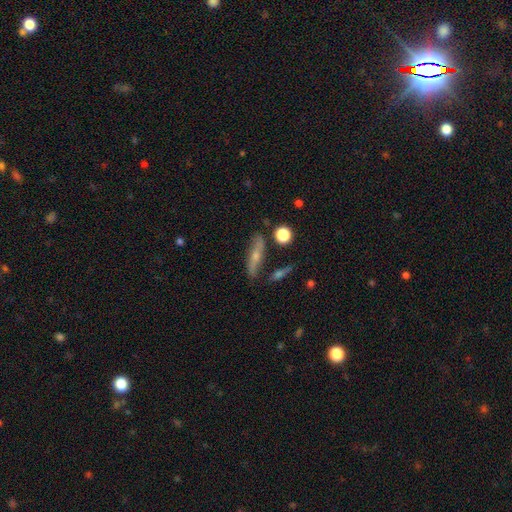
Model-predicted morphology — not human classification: Smooth or featured? featured or disk (53%)
Edge-on disk? yes (63%)
Merging? none (76%)